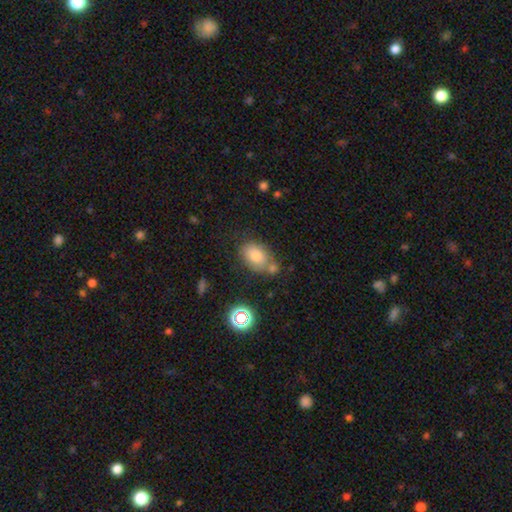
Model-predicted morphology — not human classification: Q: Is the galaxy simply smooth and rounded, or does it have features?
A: smooth — 77%.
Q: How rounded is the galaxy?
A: in between — 82%.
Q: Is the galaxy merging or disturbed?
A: none — 58%.